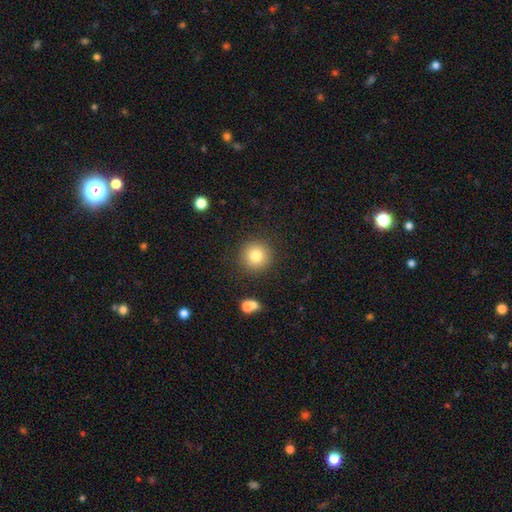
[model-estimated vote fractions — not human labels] This is clearly a smooth galaxy (81%). How rounded: clearly round (94%). Merging: clearly none (88%).